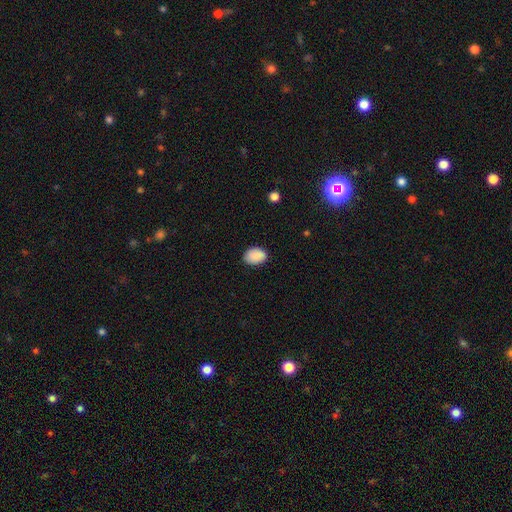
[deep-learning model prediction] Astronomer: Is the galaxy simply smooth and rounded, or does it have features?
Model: smooth — 89%.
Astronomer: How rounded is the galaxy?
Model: in between — 78%.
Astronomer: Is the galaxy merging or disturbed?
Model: none — 82%.